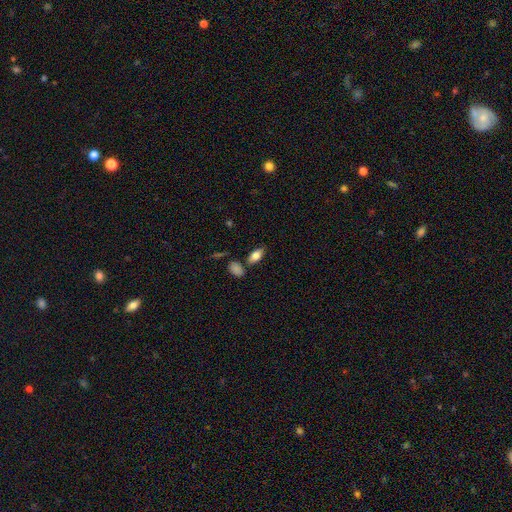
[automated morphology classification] Smooth or featured? Predicted: smooth (p=0.77). How rounded? Predicted: in between (p=0.88). Merging? Predicted: none (p=0.78).